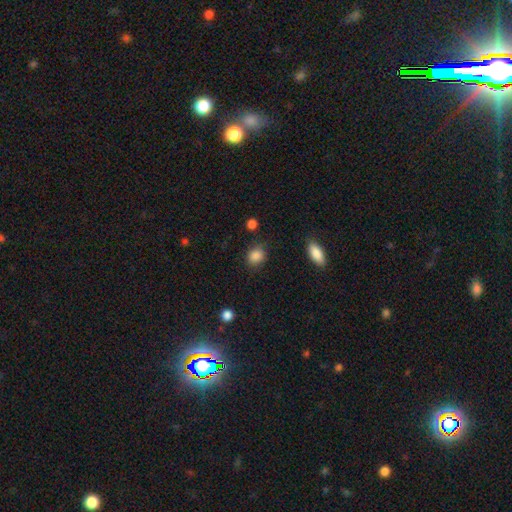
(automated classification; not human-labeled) Overall: smooth (87%). How rounded: round (60%; in between 39%). Merging: none (82%).